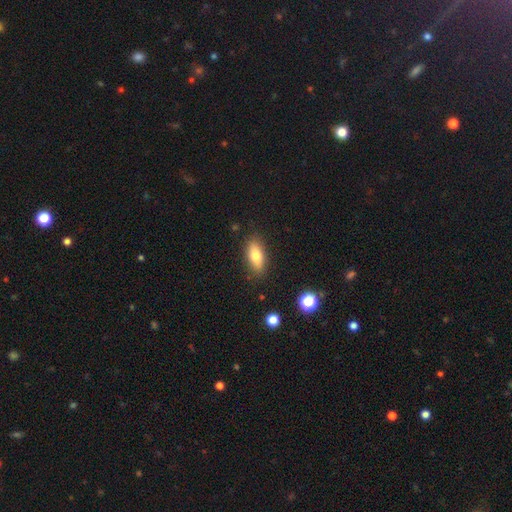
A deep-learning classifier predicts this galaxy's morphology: Overall: smooth (73%). How rounded: in between (76%). Merging: none (86%).